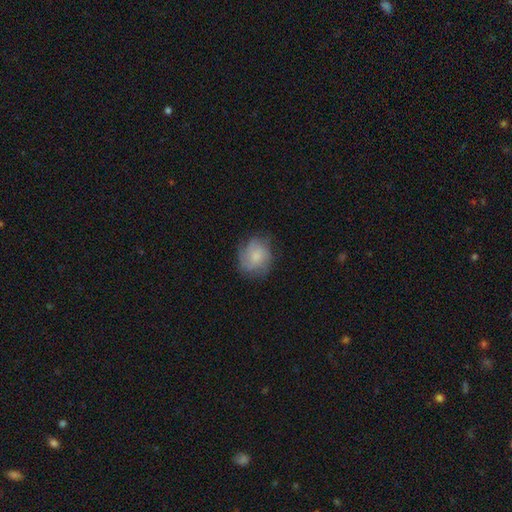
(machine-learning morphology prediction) Q: Smooth or featured?
A: smooth (63%); runner-up: featured or disk (28%)
Q: How rounded?
A: round (68%); runner-up: in between (31%)
Q: Merging?
A: none (66%); runner-up: minor disturbance (23%)